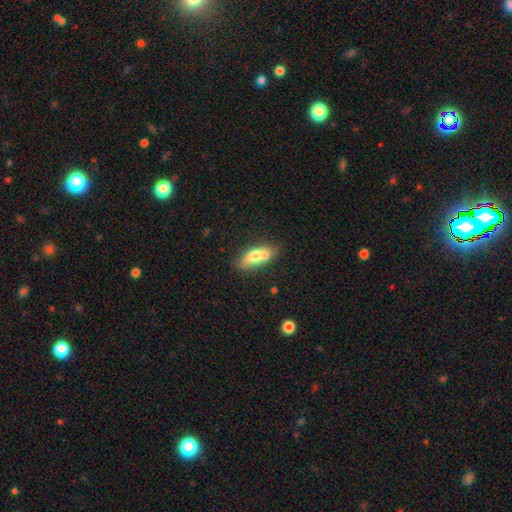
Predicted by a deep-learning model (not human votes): Smooth or featured? smooth (65%)
How rounded? in between (76%)
Merging? none (50%)